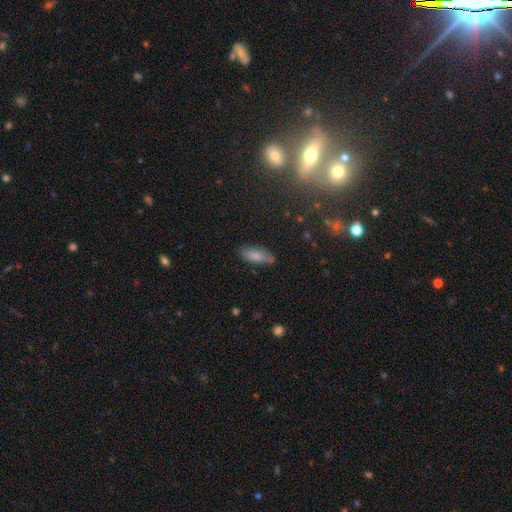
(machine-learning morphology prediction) smooth-or-featured: smooth: 81% | featured or disk: 11% | star or artifact: 7%
  how-rounded: in between: 76% | cigar-shaped: 22% | round: 2%
  merging: none: 80% | minor disturbance: 15% | major disturbance: 3% | merger: 2%